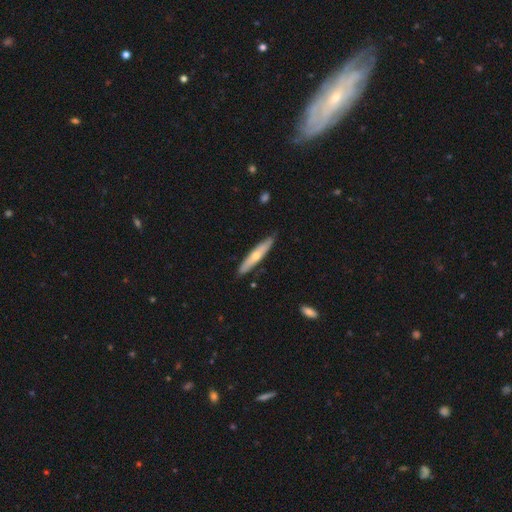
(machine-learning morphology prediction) Overall: featured or disk (48%; smooth 46%). Merging: none (84%).